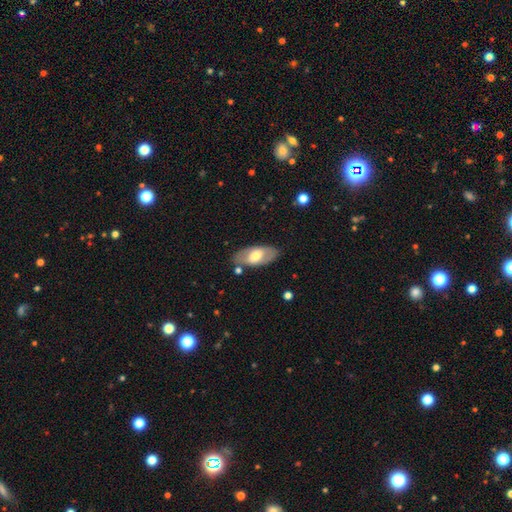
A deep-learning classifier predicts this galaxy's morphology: A smooth galaxy with no disk features (51%) that is in between round and cigar-shaped (91%). Merging: none (80%).